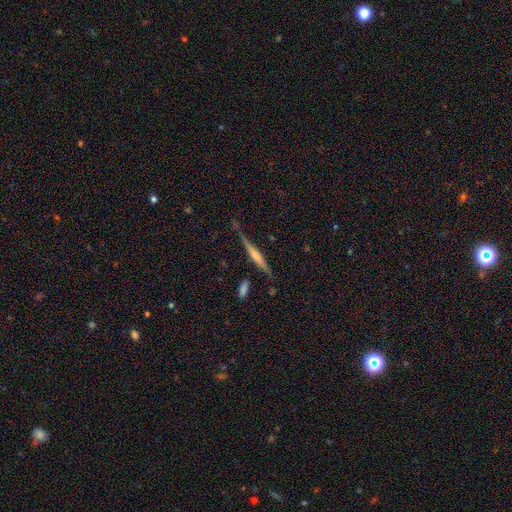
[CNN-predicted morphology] The model was most divided on "edge-on bulge": rounded: 45%, boxy: 30%, none: 26%. More confident: edge-on disk — yes (97%); merging — none (78%); smooth or featured — featured or disk (65%).